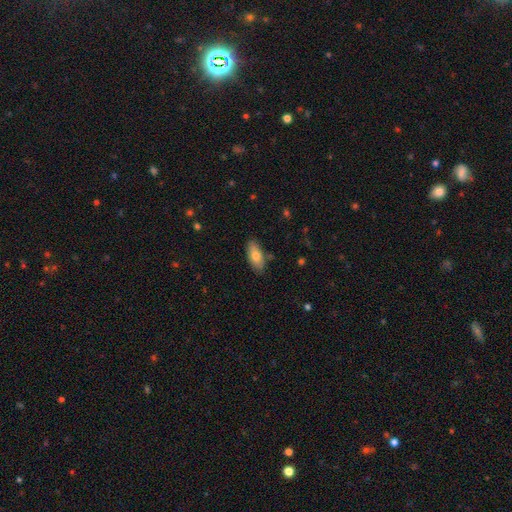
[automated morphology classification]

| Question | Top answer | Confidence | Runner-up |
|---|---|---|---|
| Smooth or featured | smooth | 75% | featured or disk (18%) |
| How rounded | in between | 85% | cigar-shaped (13%) |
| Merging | none | 84% | minor disturbance (12%) |